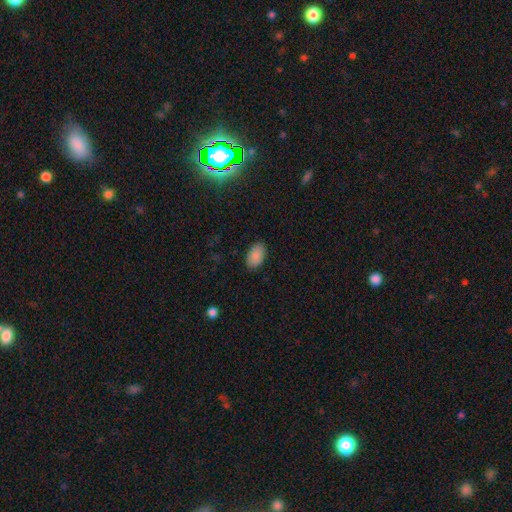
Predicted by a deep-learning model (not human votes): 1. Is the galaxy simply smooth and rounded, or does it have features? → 89% smooth, 7% star or artifact, 3% featured or disk.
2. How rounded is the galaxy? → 93% in between, 6% round, 1% cigar-shaped.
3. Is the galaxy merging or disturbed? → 88% none, 9% minor disturbance, 2% major disturbance, 1% merger.